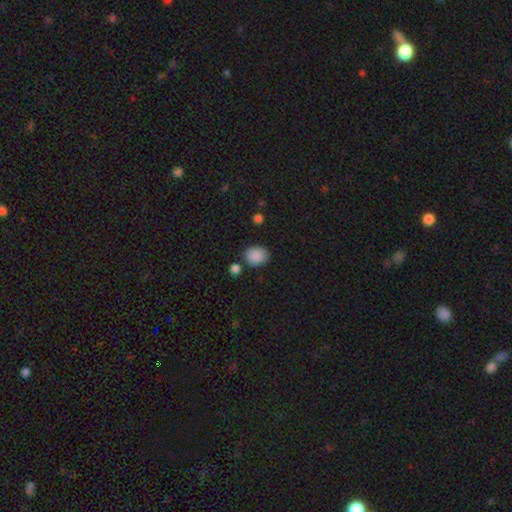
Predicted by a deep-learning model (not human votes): This is clearly a smooth galaxy (88%). How rounded: possibly in between (50%). Merging: likely none (77%).